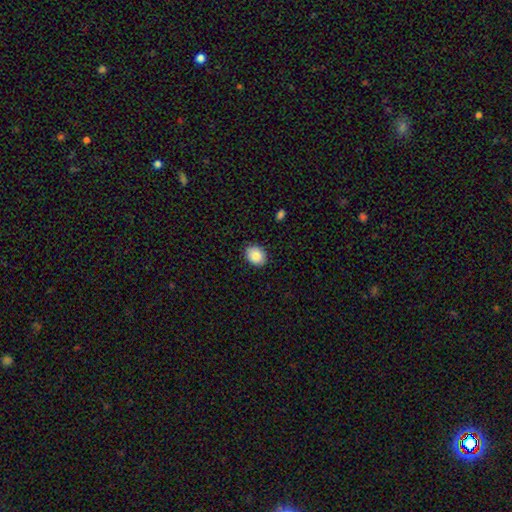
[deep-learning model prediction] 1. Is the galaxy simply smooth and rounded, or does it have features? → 86% smooth, 8% star or artifact, 7% featured or disk.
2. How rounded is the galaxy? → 53% in between, 46% round, 1% cigar-shaped.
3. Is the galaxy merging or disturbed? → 87% none, 10% minor disturbance, 2% major disturbance, 1% merger.